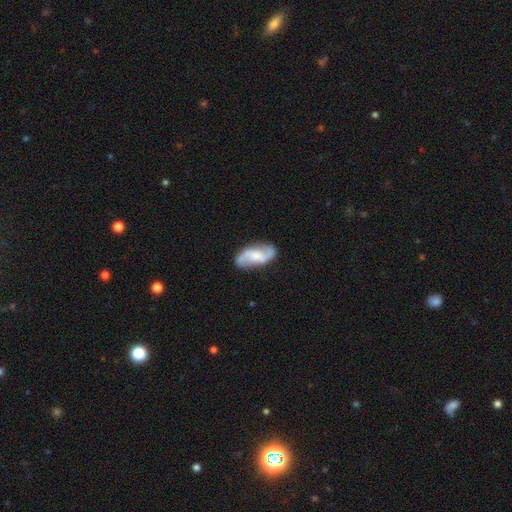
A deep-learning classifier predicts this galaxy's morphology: smooth_or_featured: featured or disk (p=0.78) [alt: smooth p=0.17]
disk_edge_on: no (p=0.95) [alt: yes p=0.05]
bar: no (p=0.43) [alt: weak p=0.42]
has_spiral_arms: yes (p=0.95) [alt: no p=0.05]
spiral_winding: loose (p=0.48) [alt: medium p=0.40]
spiral_arm_count: 2 (p=0.92) [alt: can't tell p=0.04]
bulge_size: moderate (p=0.37) [alt: small p=0.28]
merging: none (p=0.81) [alt: minor disturbance p=0.13]